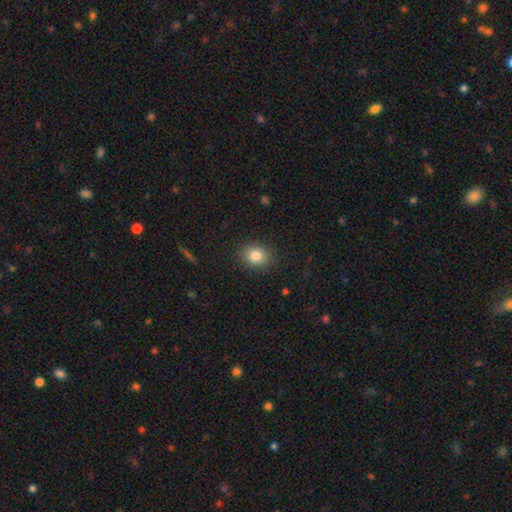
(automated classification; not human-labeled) Smooth or featured: smooth — 83% (star or artifact — 10%)
How rounded: in between — 53% (round — 46%)
Merging: none — 87% (minor disturbance — 10%)